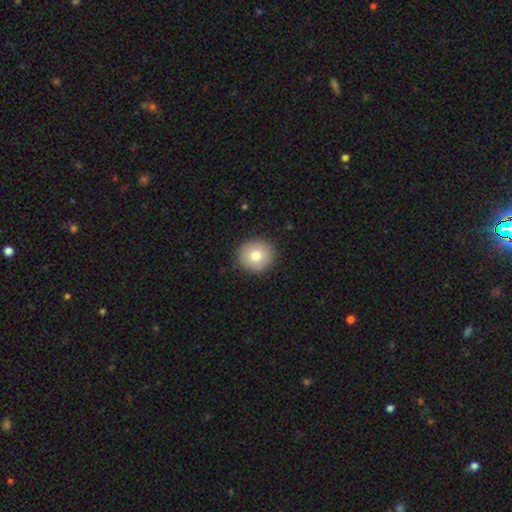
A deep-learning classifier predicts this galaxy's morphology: Smooth or featured? Predicted: smooth (p=0.78). How rounded? Predicted: round (p=0.90). Merging? Predicted: none (p=0.90).